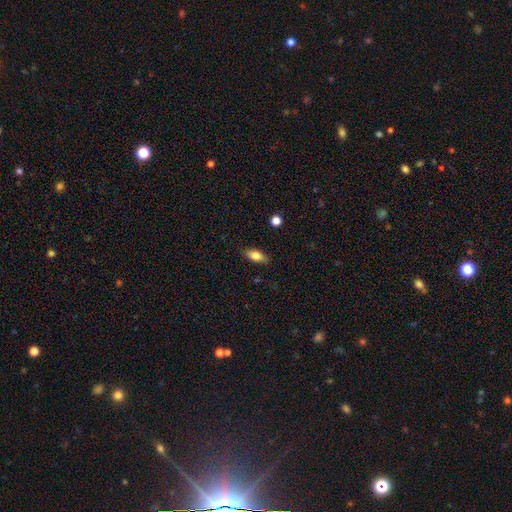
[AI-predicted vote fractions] Smooth or featured? Predicted: smooth (p=0.79). How rounded? Predicted: in between (p=0.83). Merging? Predicted: none (p=0.85).